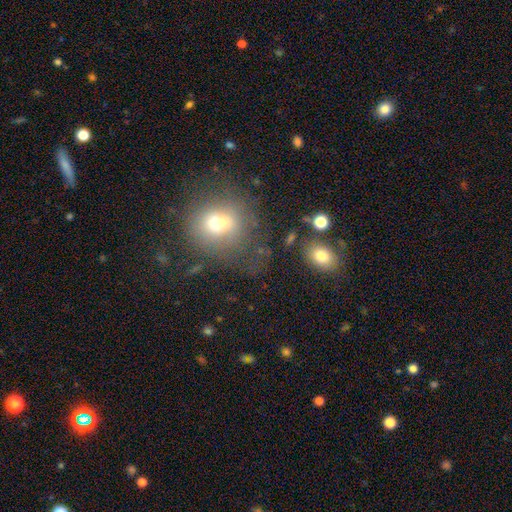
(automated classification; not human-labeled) A smooth galaxy with no disk features (61%) that is round (65%). Merging: none (60%).